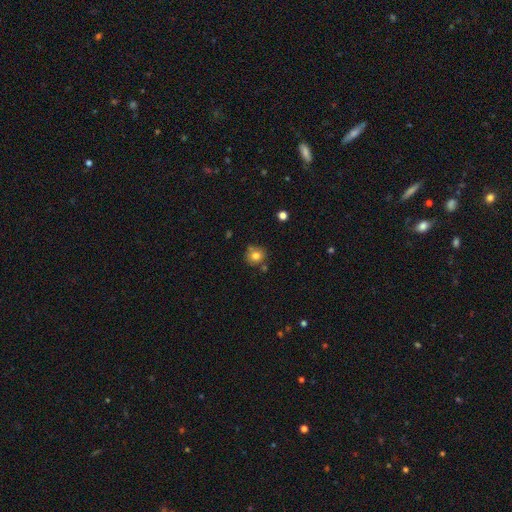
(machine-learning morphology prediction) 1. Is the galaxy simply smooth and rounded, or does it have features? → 78% smooth, 11% star or artifact, 10% featured or disk.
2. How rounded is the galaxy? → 88% round, 11% in between, 1% cigar-shaped.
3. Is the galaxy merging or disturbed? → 73% none, 15% minor disturbance, 8% merger, 3% major disturbance.